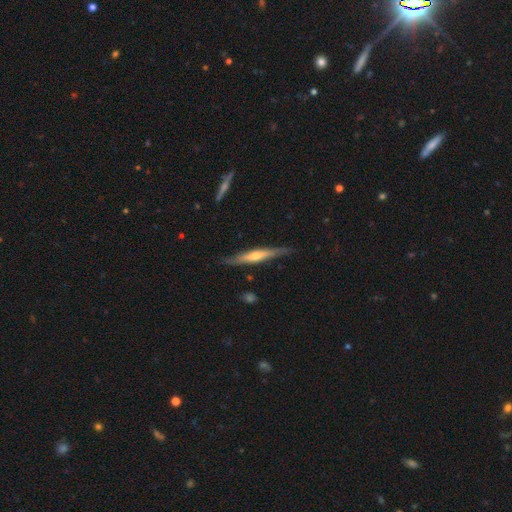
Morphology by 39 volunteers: This is clearly a featured or disk galaxy (82%). It is clearly viewed edge-on (84%). Edge-on bulge: clearly rounded (89%). Merging: likely none (79%).